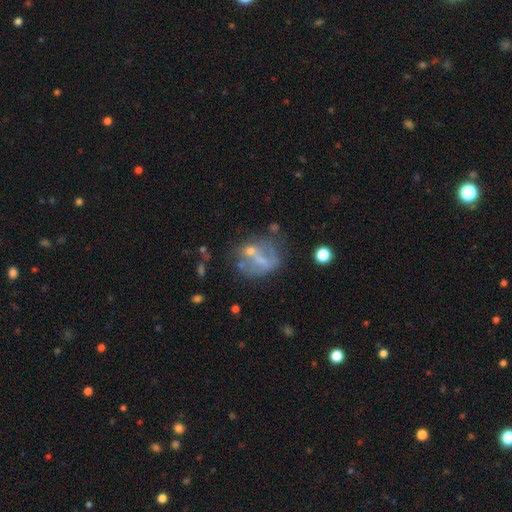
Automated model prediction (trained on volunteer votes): Smooth or featured?
  - featured or disk: 55% *
  - smooth: 29%
  - star or artifact: 16%
Edge-on disk?
  - no: 94% *
  - yes: 6%
Bar?
  - no: 48% *
  - weak: 29%
  - strong: 22%
Spiral arms?
  - no: 75% *
  - yes: 25%
Bulge size?
  - small: 46% *
  - none: 35%
  - moderate: 16%
  - large: 2%
  - dominant: 1%
Merging?
  - none: 44% *
  - minor disturbance: 20%
  - major disturbance: 19%
  - merger: 17%